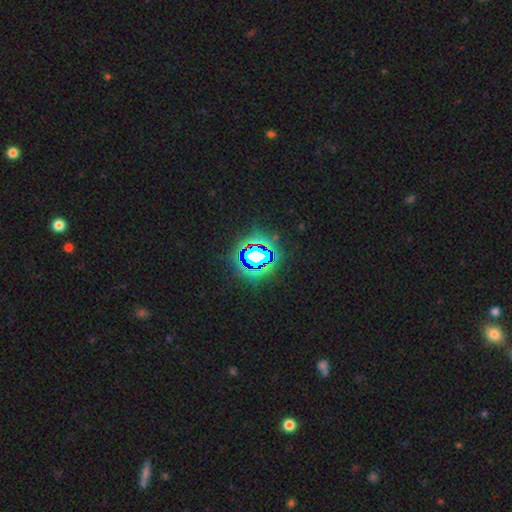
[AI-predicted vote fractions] smooth_or_featured: star or artifact (p=0.72) [alt: smooth p=0.15]